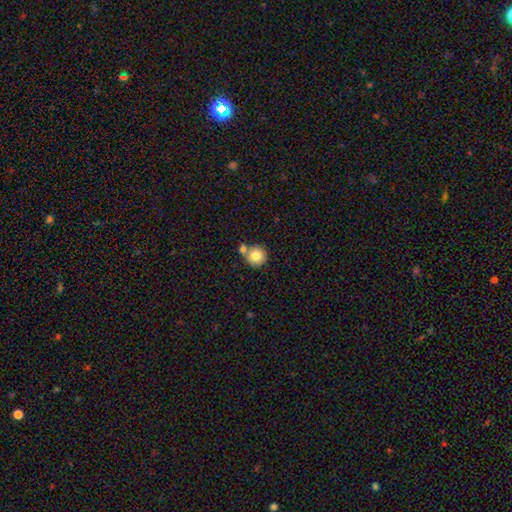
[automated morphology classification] This appears to be a smooth galaxy with no disk features (80%) that is round (93%). Merging: none (59%).